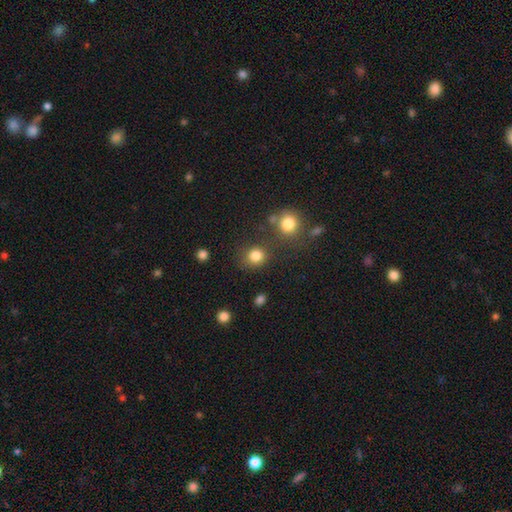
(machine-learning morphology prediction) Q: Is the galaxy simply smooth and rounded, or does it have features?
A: smooth — 83%.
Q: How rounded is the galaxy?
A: round — 85%.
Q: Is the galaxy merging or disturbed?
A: none — 74%.